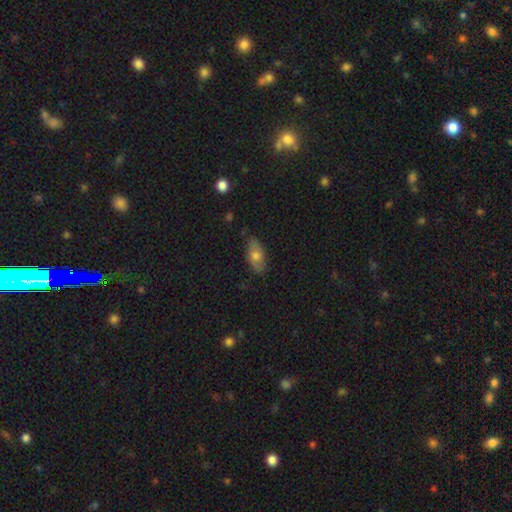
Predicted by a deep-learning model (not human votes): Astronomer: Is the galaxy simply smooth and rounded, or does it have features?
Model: smooth — 66%.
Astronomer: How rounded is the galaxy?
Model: in between — 88%.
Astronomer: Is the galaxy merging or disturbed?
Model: none — 77%.